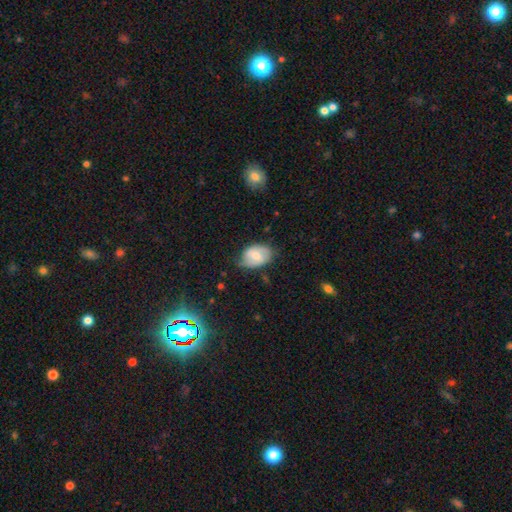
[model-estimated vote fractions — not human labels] Overall: smooth (56%; featured or disk 37%). How rounded: in between (82%). Merging: none (64%; minor disturbance 28%).